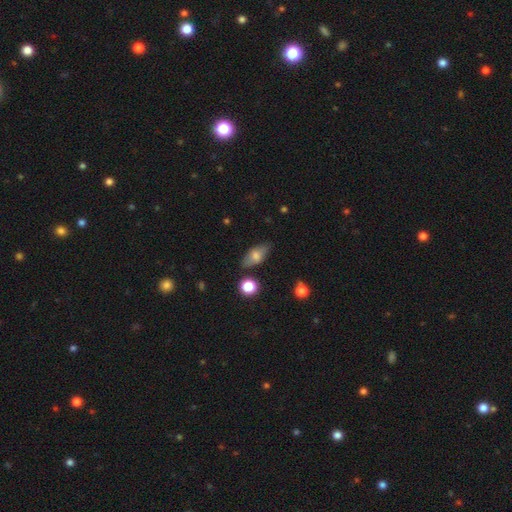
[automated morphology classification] Q: Smooth or featured?
A: smooth (68%); runner-up: featured or disk (24%)
Q: How rounded?
A: in between (82%); runner-up: cigar-shaped (12%)
Q: Merging?
A: none (77%); runner-up: minor disturbance (16%)